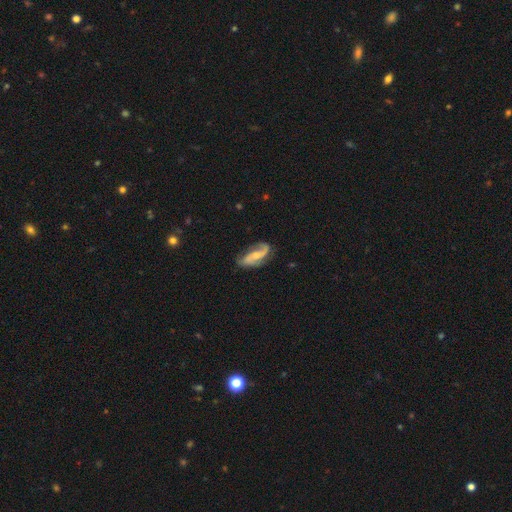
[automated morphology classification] smooth_or_featured: featured or disk (p=0.80) [alt: smooth p=0.14]
disk_edge_on: no (p=0.94) [alt: yes p=0.06]
bar: no (p=0.47) [alt: weak p=0.36]
has_spiral_arms: yes (p=0.95) [alt: no p=0.05]
spiral_winding: loose (p=0.53) [alt: medium p=0.34]
spiral_arm_count: 2 (p=0.83) [alt: 1 p=0.09]
bulge_size: small (p=0.49) [alt: moderate p=0.41]
merging: none (p=0.64) [alt: minor disturbance p=0.23]